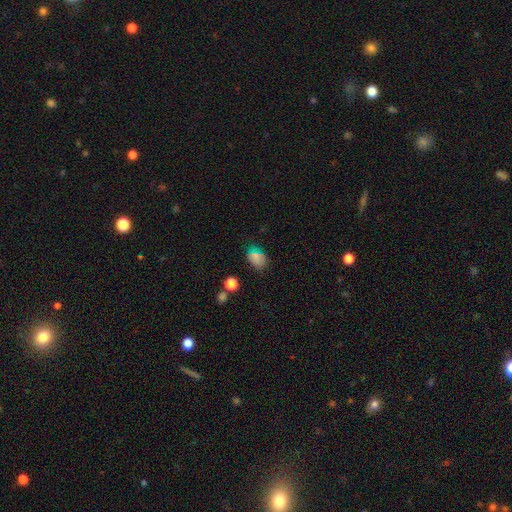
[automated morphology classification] smooth_or_featured: smooth (p=0.74) [alt: star or artifact p=0.16]
how_rounded: in between (p=0.77) [alt: round p=0.21]
merging: none (p=0.68) [alt: minor disturbance p=0.21]